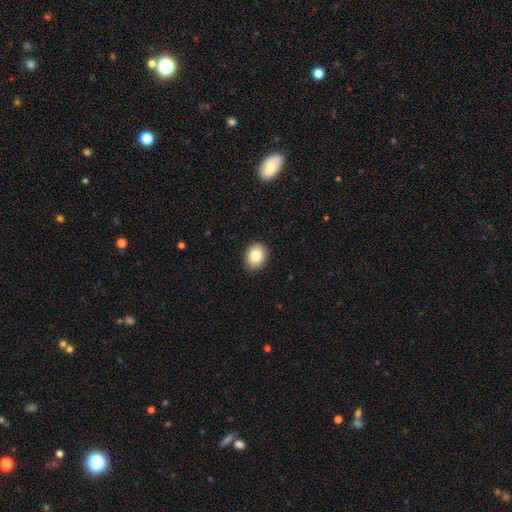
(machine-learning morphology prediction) This is clearly a smooth galaxy (83%). How rounded: possibly round (51%). Merging: clearly none (91%).